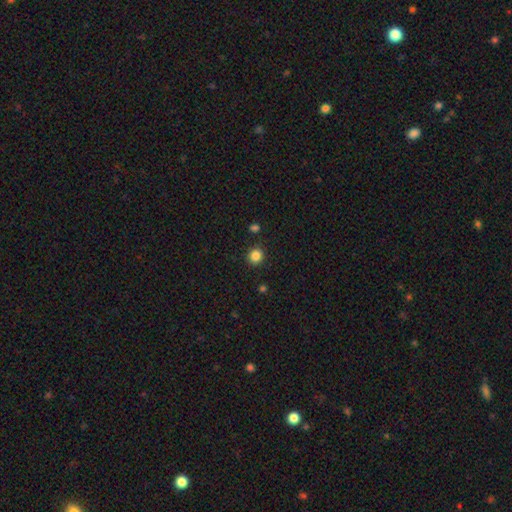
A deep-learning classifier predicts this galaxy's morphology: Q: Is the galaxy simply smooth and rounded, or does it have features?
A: smooth — 85%.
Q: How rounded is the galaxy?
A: round — 90%.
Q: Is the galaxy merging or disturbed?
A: none — 89%.